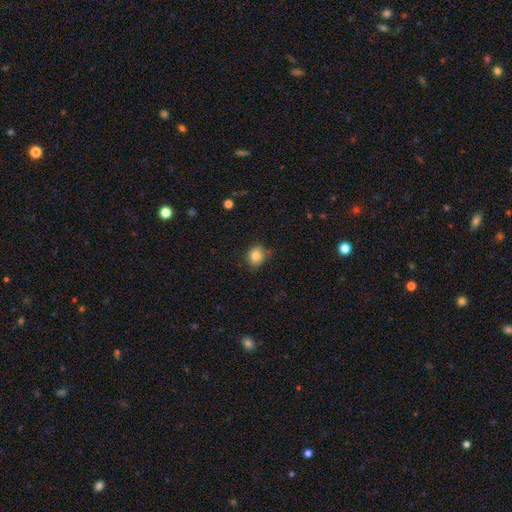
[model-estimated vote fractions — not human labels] smooth_or_featured: smooth (p=0.83) [alt: star or artifact p=0.10]
how_rounded: round (p=0.63) [alt: in between p=0.36]
merging: none (p=0.77) [alt: minor disturbance p=0.18]